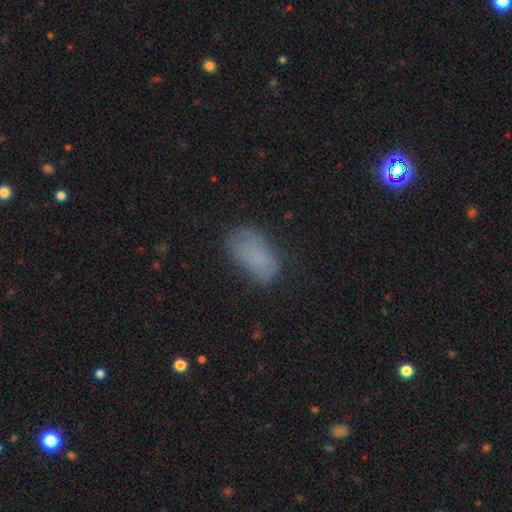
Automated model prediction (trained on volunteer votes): smooth 77%, star or artifact 12%, featured or disk 11%. Down the decision tree: how rounded — in between (93%); merging — none (62%).